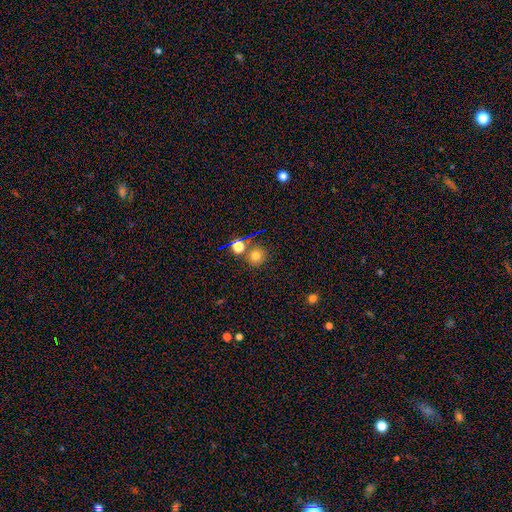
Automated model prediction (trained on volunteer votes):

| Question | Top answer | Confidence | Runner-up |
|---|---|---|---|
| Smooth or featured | smooth | 73% | star or artifact (19%) |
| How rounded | round | 92% | in between (7%) |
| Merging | none | 73% | merger (16%) |